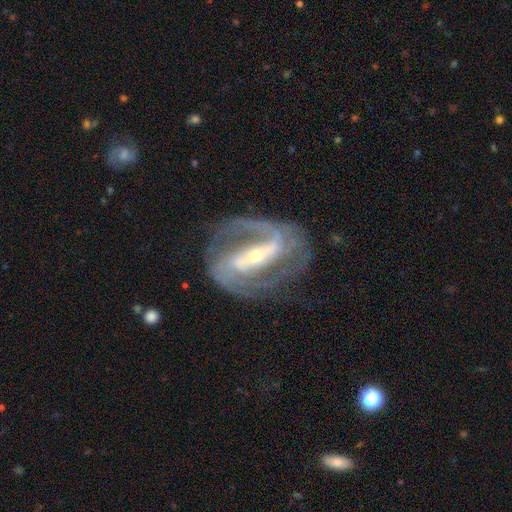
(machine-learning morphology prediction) type=featured or disk (91%); edge-on=no (96%); bar=strong (68%); spiral arms=yes (97%); winding=medium (53%); arm count=2 (75%); bulge=small (67%); merging=none (72%).